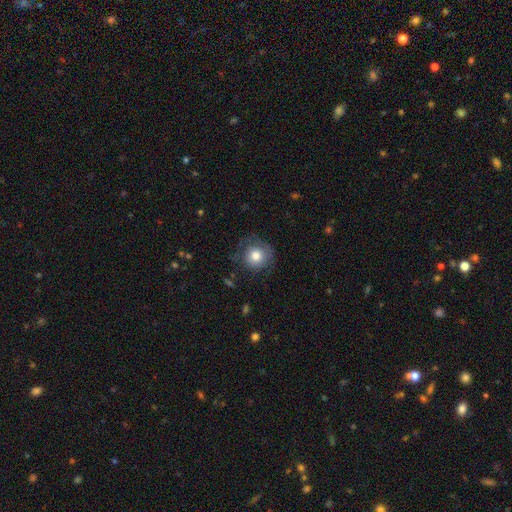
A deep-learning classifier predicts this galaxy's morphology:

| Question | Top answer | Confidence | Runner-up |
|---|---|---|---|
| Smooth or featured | smooth | 75% | featured or disk (17%) |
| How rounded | round | 91% | in between (8%) |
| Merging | none | 67% | minor disturbance (21%) |